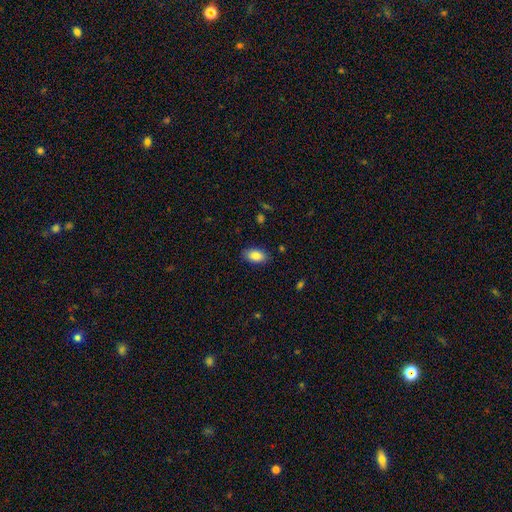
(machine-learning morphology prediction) Smooth or featured?
  - smooth: 86% *
  - star or artifact: 7%
  - featured or disk: 7%
How rounded?
  - in between: 93% *
  - round: 5%
  - cigar-shaped: 2%
Merging?
  - none: 86% *
  - minor disturbance: 11%
  - major disturbance: 2%
  - merger: 1%